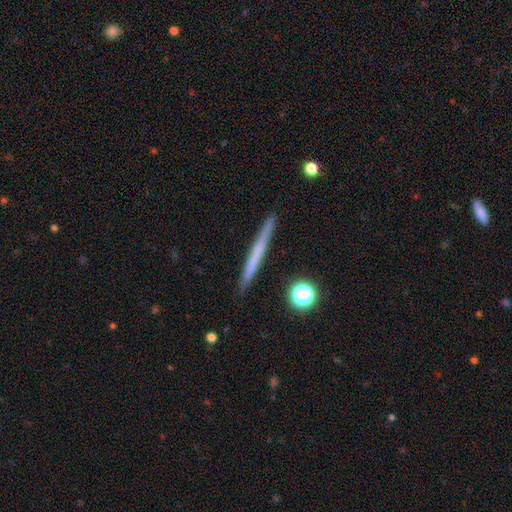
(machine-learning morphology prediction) smooth-or-featured: smooth: 52% | featured or disk: 42% | star or artifact: 7%
  how-rounded: cigar-shaped: 97% | in between: 2% | round: 2%
  merging: none: 91% | minor disturbance: 6% | merger: 1% | major disturbance: 1%